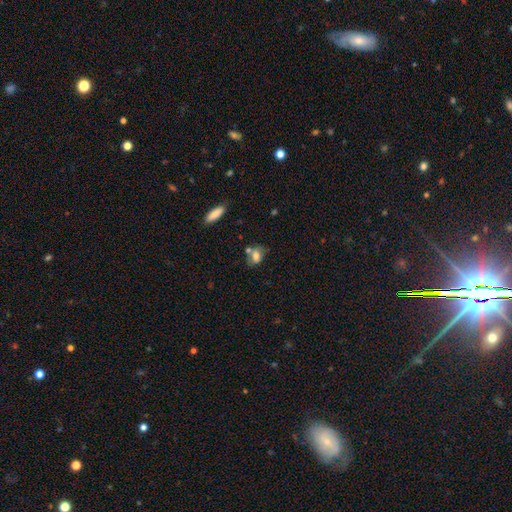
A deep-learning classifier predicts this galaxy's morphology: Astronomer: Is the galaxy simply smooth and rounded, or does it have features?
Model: smooth — 67%.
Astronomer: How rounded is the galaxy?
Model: in between — 73%.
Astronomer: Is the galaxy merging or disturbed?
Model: none — 44% (runner-up: merger, 30%).